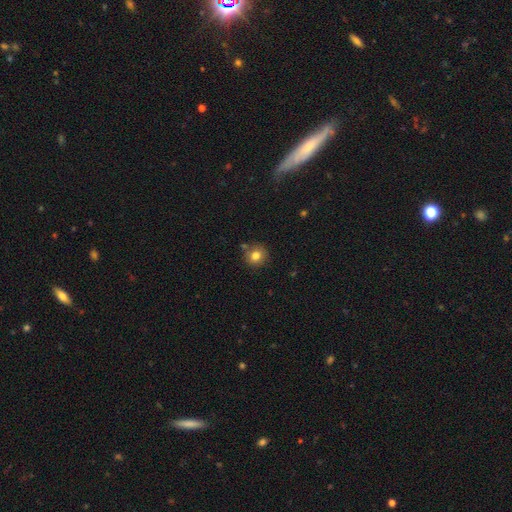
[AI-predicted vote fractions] The model was most divided on "smooth or featured": smooth: 80%, star or artifact: 11%, featured or disk: 9%. More confident: how rounded — round (89%); merging — none (81%).